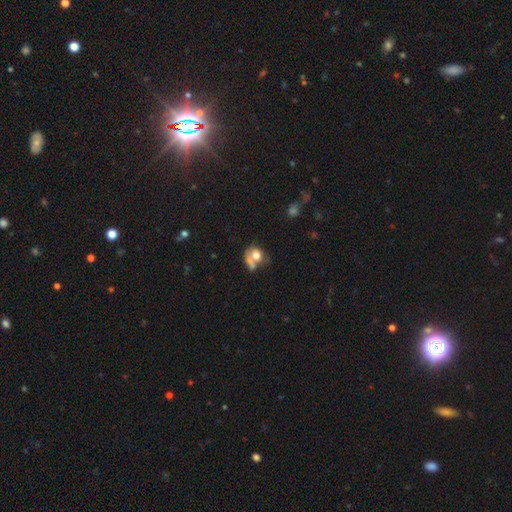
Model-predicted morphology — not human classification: This appears to be a smooth galaxy with no disk features (65%) that is round (61%). Merging: merger (40%).